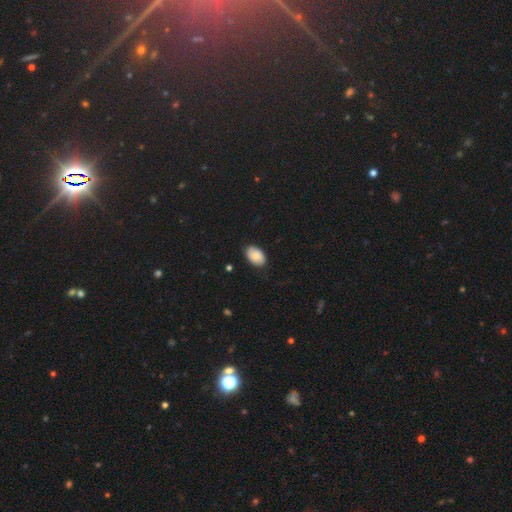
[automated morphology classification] Smooth or featured?
  - smooth: 75% *
  - featured or disk: 18%
  - star or artifact: 7%
How rounded?
  - in between: 89% *
  - round: 10%
  - cigar-shaped: 1%
Merging?
  - none: 83% *
  - minor disturbance: 13%
  - major disturbance: 2%
  - merger: 1%